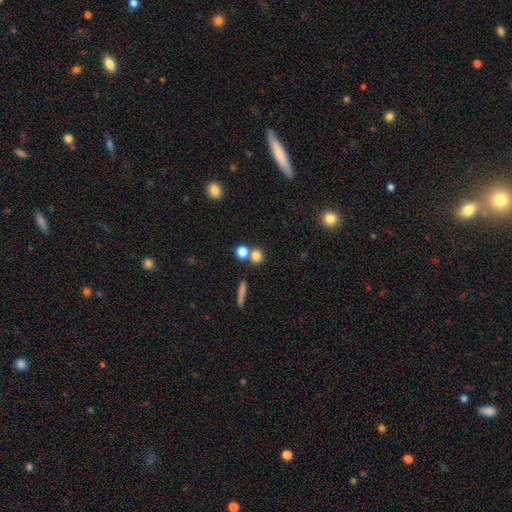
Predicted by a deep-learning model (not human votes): Smooth or featured?
  - smooth: 80% *
  - star or artifact: 12%
  - featured or disk: 8%
How rounded?
  - round: 85% *
  - in between: 13%
  - cigar-shaped: 2%
Merging?
  - none: 58% *
  - merger: 32%
  - minor disturbance: 7%
  - major disturbance: 3%